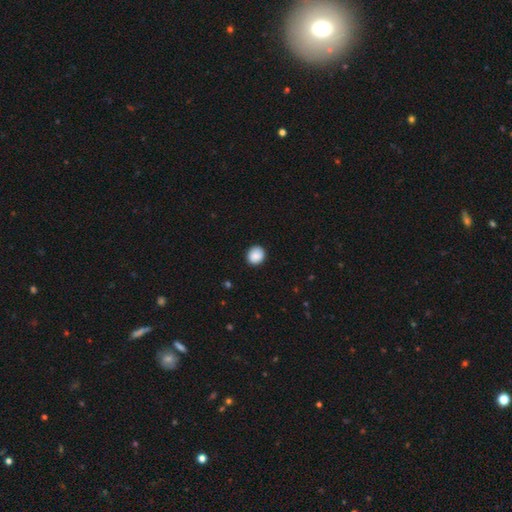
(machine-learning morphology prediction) Overall: smooth (89%). How rounded: round (81%). Merging: none (89%).